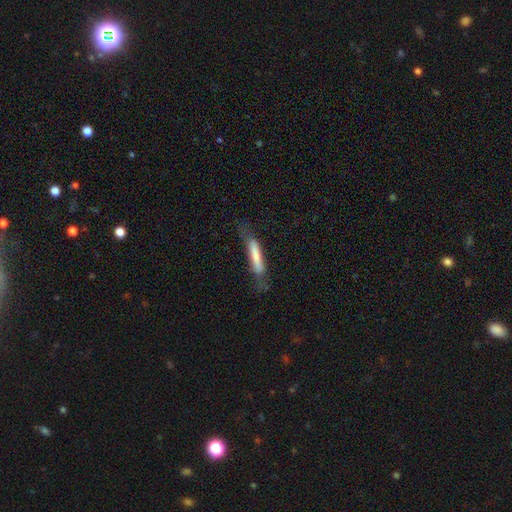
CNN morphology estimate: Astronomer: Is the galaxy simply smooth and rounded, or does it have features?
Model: smooth — 70%.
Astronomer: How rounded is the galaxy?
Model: cigar-shaped — 90%.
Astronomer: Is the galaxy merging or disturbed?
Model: none — 60%.